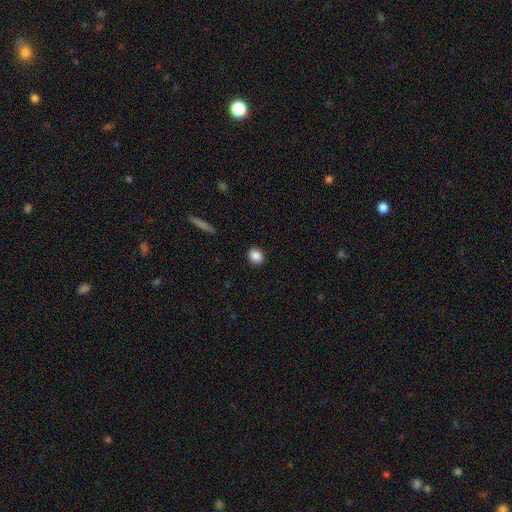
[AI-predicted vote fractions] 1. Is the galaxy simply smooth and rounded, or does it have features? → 87% smooth, 9% star or artifact, 4% featured or disk.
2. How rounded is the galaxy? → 69% round, 30% in between, 1% cigar-shaped.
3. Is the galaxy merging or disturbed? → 91% none, 6% minor disturbance, 2% major disturbance, 1% merger.